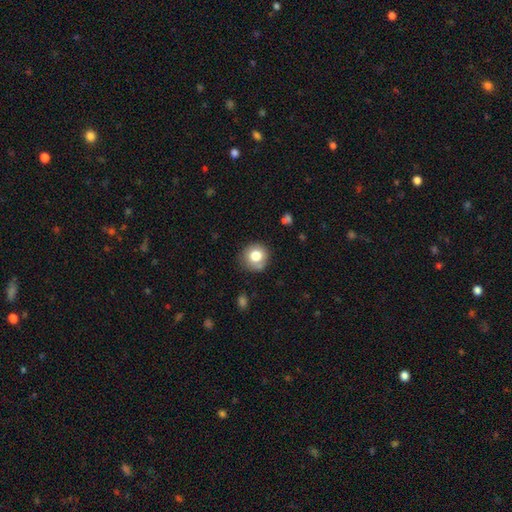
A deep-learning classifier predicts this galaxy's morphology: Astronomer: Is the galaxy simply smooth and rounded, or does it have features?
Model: smooth — 79%.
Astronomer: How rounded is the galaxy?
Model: round — 90%.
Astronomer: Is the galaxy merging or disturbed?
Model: none — 78%.